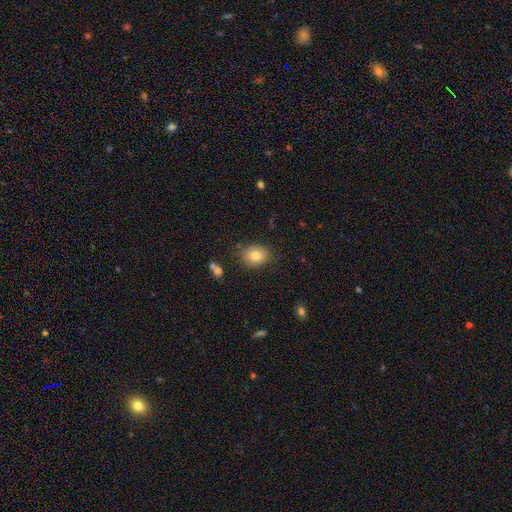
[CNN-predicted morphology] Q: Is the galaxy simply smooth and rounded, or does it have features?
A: smooth — 80%.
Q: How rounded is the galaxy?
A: in between — 50%.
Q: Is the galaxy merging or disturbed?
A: none — 83%.